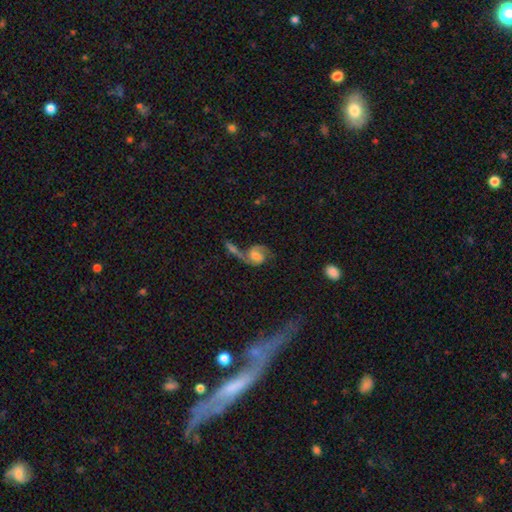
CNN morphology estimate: Smooth or featured? featured or disk (70%)
Edge-on disk? no (97%)
Bar? no (46%)
Spiral arms? yes (91%)
Spiral winding? medium (45%)
Spiral arm count? 2 (79%)
Bulge size? moderate (37%)
Merging? merger (39%)